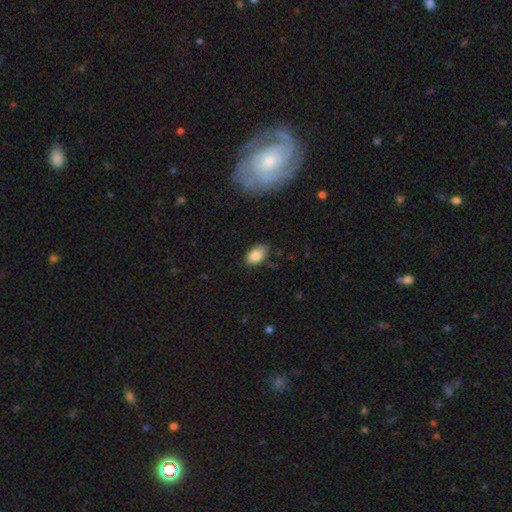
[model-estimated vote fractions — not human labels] A smooth galaxy with no disk features (87%) that is in between round and cigar-shaped (92%).

Vote fractions:
- Smooth or featured? smooth: 87% / star or artifact: 7% / featured or disk: 6%
- How rounded? in between: 92% / round: 6% / cigar-shaped: 2%
- Merging? none: 72% / minor disturbance: 23% / major disturbance: 4% / merger: 2%